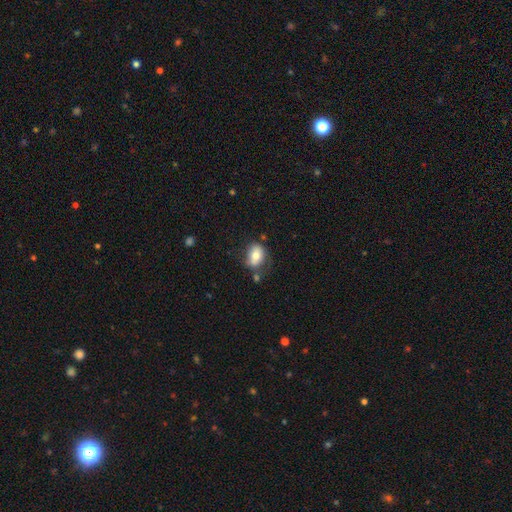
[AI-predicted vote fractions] smooth 75%, featured or disk 17%, star or artifact 8%. Down the decision tree: how rounded — in between (71%); merging — none (58%).